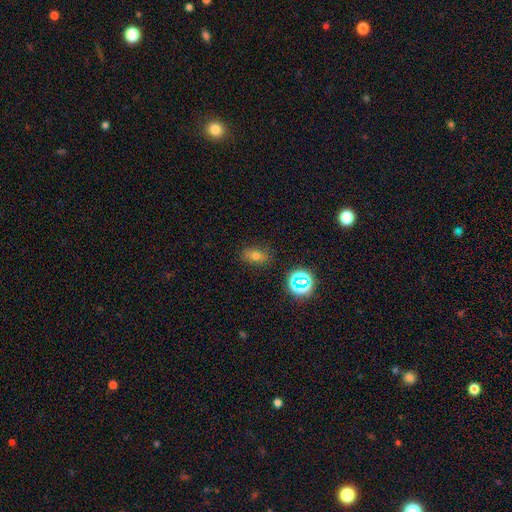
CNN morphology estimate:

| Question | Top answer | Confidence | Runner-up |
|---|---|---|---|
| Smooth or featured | smooth | 65% | star or artifact (23%) |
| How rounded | in between | 73% | round (24%) |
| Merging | none | 81% | minor disturbance (13%) |